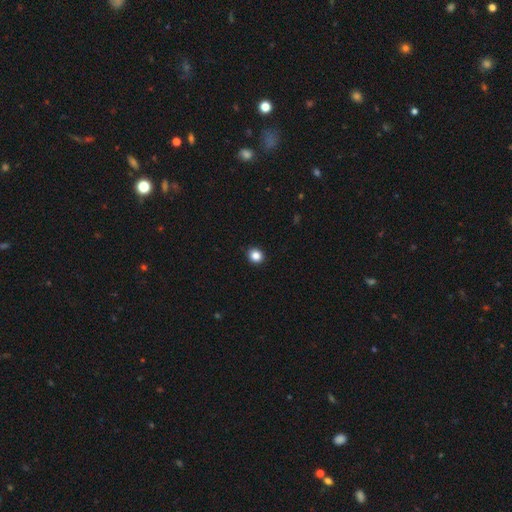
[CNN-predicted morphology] A smooth galaxy with no disk features (86%) that is round (78%). Merging: none (91%).